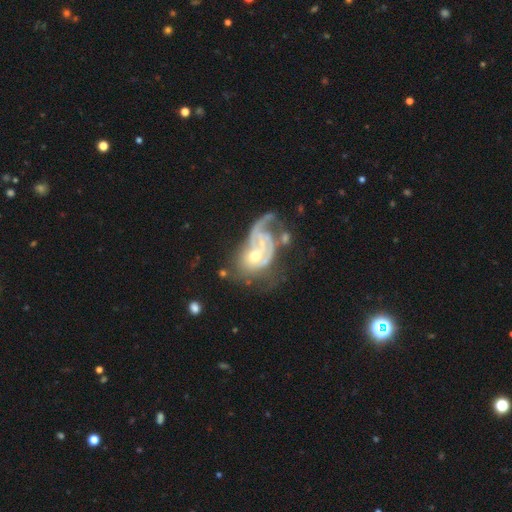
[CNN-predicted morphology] Q: Smooth or featured?
A: featured or disk (79%); runner-up: smooth (14%)
Q: Edge-on disk?
A: no (97%); runner-up: yes (3%)
Q: Bar?
A: no (73%); runner-up: weak (21%)
Q: Spiral arms?
A: yes (83%); runner-up: no (17%)
Q: Spiral winding?
A: tight (40%); runner-up: medium (35%)
Q: Spiral arm count?
A: 2 (31%); runner-up: 1 (26%)
Q: Bulge size?
A: moderate (50%); runner-up: small (42%)
Q: Merging?
A: major disturbance (34%); runner-up: merger (32%)